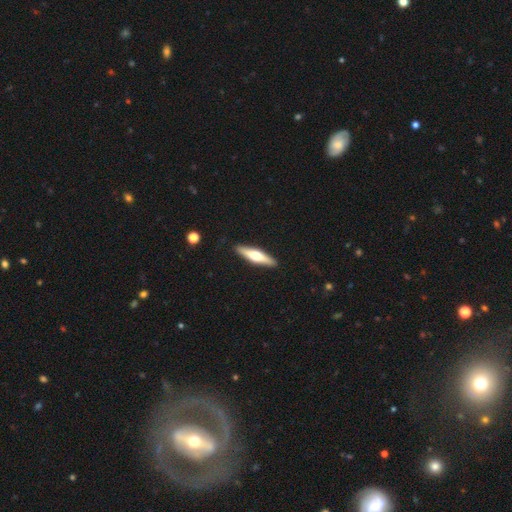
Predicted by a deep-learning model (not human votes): featured or disk 55%, smooth 40%, star or artifact 5%. Down the decision tree: edge-on disk — yes (94%); edge-on bulge — rounded (94%); merging — none (91%).